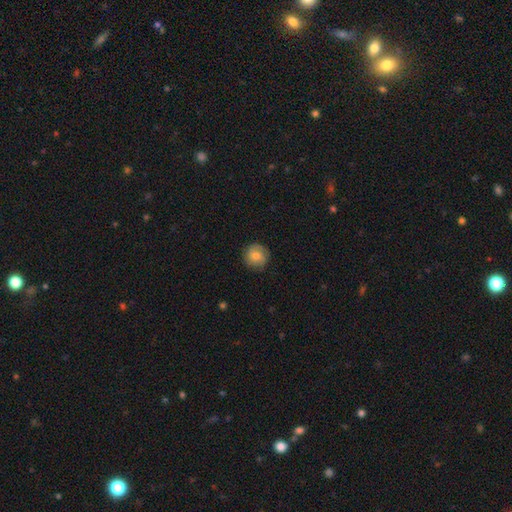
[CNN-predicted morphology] This appears to be a smooth galaxy with no disk features (70%) that is round (93%). Merging: none (84%).